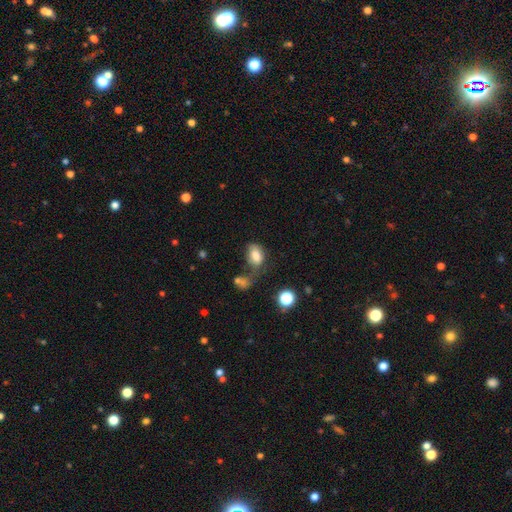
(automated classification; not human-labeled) smooth-or-featured: smooth: 78% | featured or disk: 12% | star or artifact: 10%
  how-rounded: in between: 83% | round: 16% | cigar-shaped: 2%
  merging: none: 38% | minor disturbance: 24% | merger: 20% | major disturbance: 18%